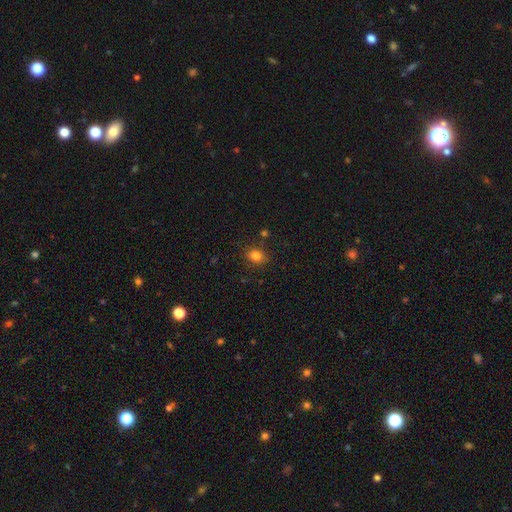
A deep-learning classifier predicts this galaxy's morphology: This appears to be a smooth galaxy with no disk features (82%) that is in between round and cigar-shaped (54%). Merging: none (81%).